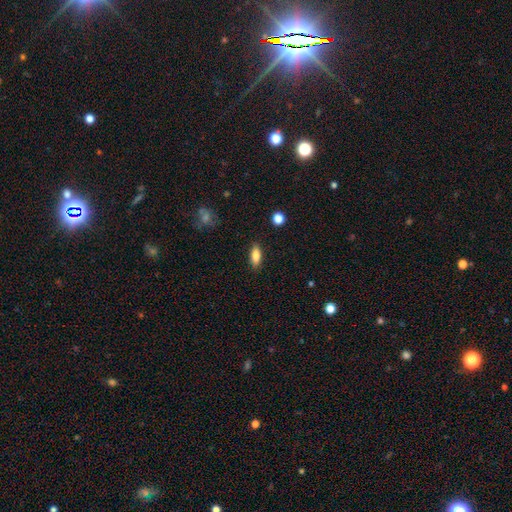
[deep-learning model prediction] Q: Smooth or featured?
A: smooth (83%); runner-up: featured or disk (9%)
Q: How rounded?
A: in between (77%); runner-up: cigar-shaped (21%)
Q: Merging?
A: none (86%); runner-up: minor disturbance (10%)